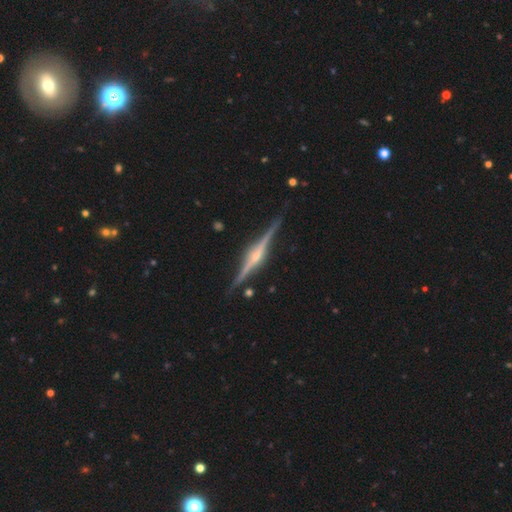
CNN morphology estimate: featured or disk 89%, smooth 6%, star or artifact 5%. Down the decision tree: edge-on disk — yes (98%); edge-on bulge — rounded (83%); merging — none (89%).